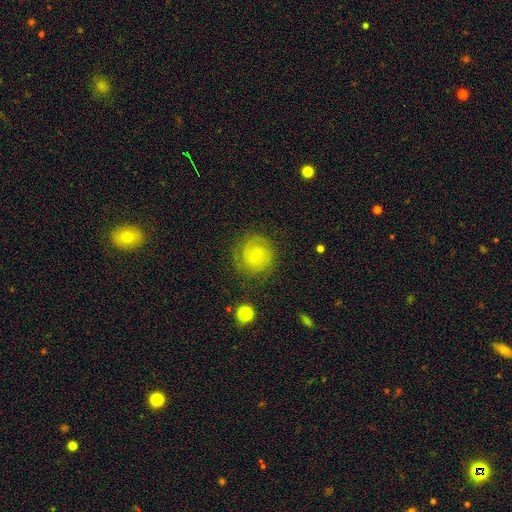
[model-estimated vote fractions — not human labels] Smooth or featured? featured or disk (56%)
Edge-on disk? no (97%)
Bar? no (48%)
Spiral arms? yes (83%)
Bulge size? small (74%)
Merging? none (74%)